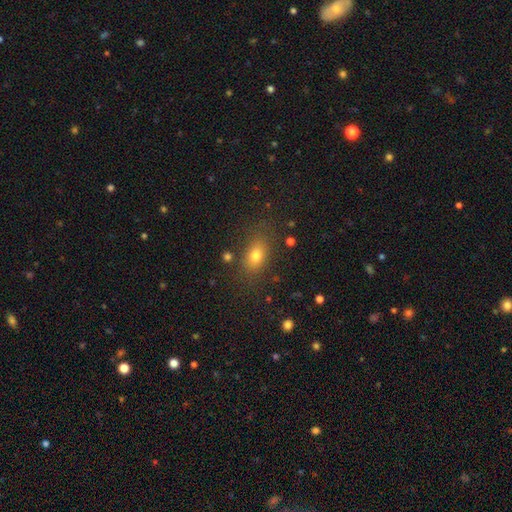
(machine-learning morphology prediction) Q: Smooth or featured?
A: smooth (75%); runner-up: star or artifact (13%)
Q: How rounded?
A: in between (76%); runner-up: round (21%)
Q: Merging?
A: none (78%); runner-up: minor disturbance (14%)